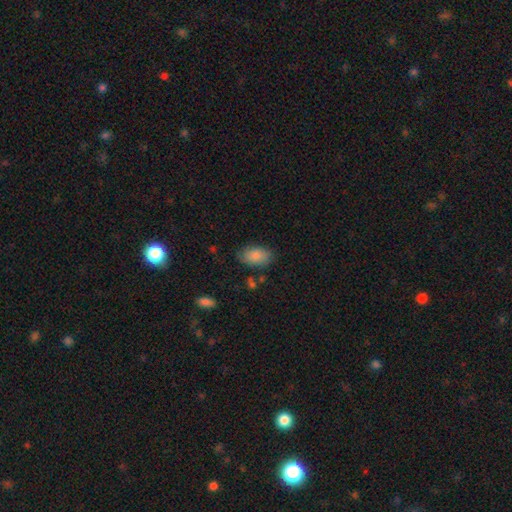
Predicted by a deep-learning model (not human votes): Smooth or featured? Predicted: smooth (p=0.86). How rounded? Predicted: in between (p=0.92). Merging? Predicted: none (p=0.77).